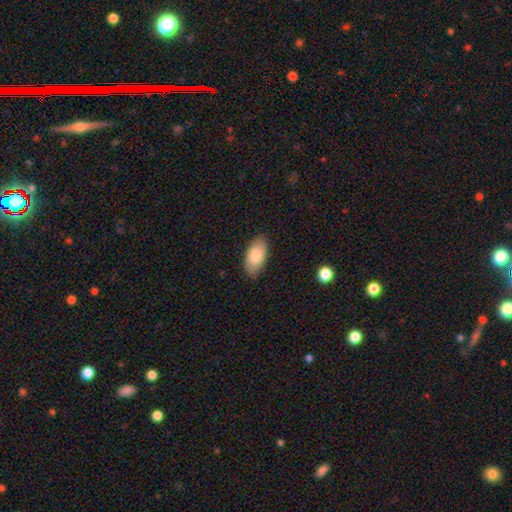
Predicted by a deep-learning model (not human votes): Smooth or featured: smooth — 84% (featured or disk — 10%)
How rounded: in between — 94% (cigar-shaped — 3%)
Merging: none — 81% (minor disturbance — 14%)